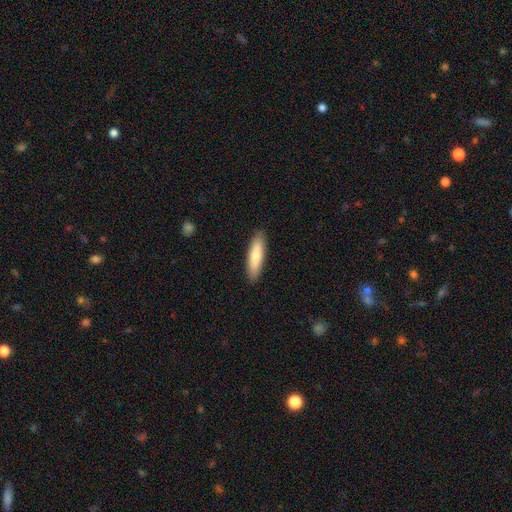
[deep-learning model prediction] Smooth or featured? Predicted: smooth (p=0.79). How rounded? Predicted: cigar-shaped (p=0.71). Merging? Predicted: none (p=0.90).